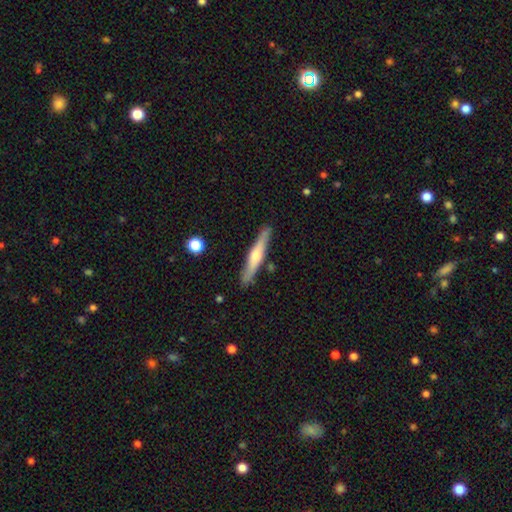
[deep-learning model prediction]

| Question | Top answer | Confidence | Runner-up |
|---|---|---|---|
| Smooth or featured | featured or disk | 59% | smooth (35%) |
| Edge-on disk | yes | 96% | no (4%) |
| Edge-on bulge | rounded | 84% | none (10%) |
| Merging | none | 87% | minor disturbance (9%) |